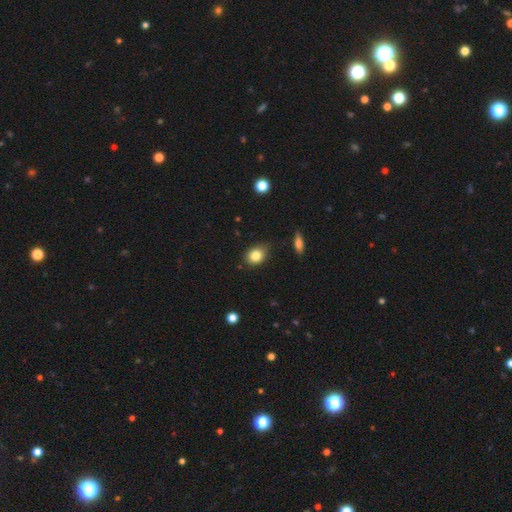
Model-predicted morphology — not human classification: This is clearly a smooth galaxy (83%). How rounded: possibly in between (53%). Merging: likely none (77%).